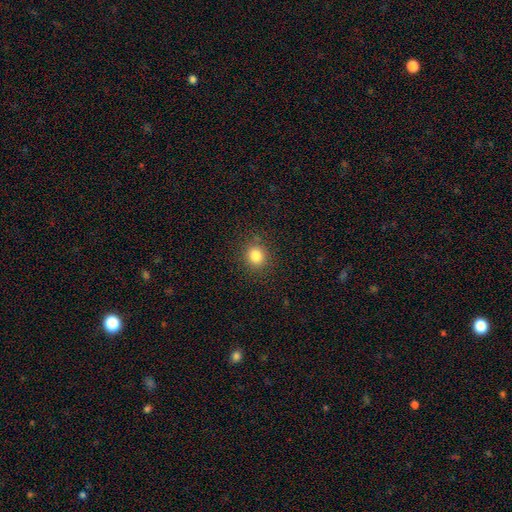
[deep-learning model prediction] Overall: smooth (83%). How rounded: round (81%). Merging: none (87%).